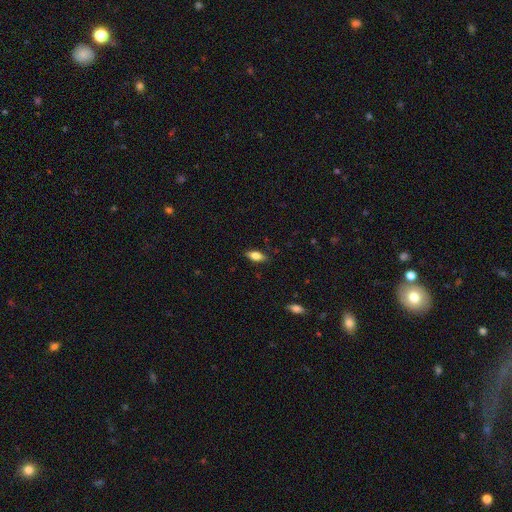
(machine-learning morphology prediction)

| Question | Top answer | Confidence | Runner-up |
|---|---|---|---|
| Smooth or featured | smooth | 75% | featured or disk (17%) |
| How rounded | in between | 80% | cigar-shaped (17%) |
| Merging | none | 84% | minor disturbance (12%) |